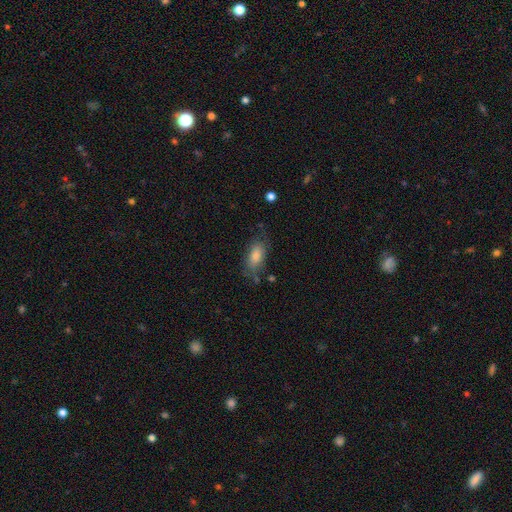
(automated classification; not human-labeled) smooth-or-featured: smooth: 71% | featured or disk: 19% | star or artifact: 10%
  how-rounded: in between: 85% | cigar-shaped: 11% | round: 4%
  merging: none: 67% | minor disturbance: 21% | major disturbance: 9% | merger: 3%